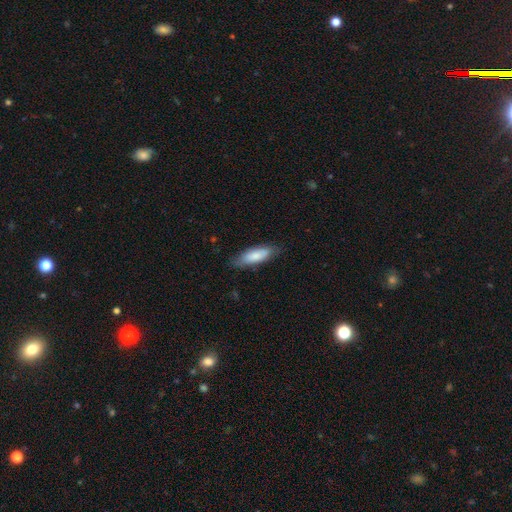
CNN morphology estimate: smooth-or-featured: smooth: 81% | featured or disk: 14% | star or artifact: 6%
  how-rounded: in between: 59% | cigar-shaped: 39% | round: 2%
  merging: none: 79% | minor disturbance: 16% | major disturbance: 3% | merger: 1%